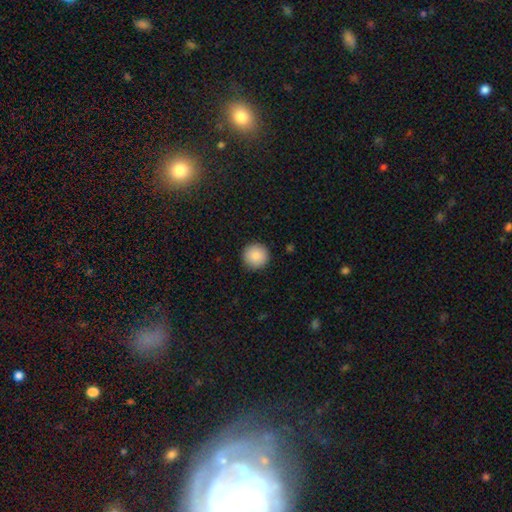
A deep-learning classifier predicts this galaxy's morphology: Q: Smooth or featured?
A: smooth (87%); runner-up: star or artifact (8%)
Q: How rounded?
A: round (96%); runner-up: in between (3%)
Q: Merging?
A: none (92%); runner-up: minor disturbance (5%)